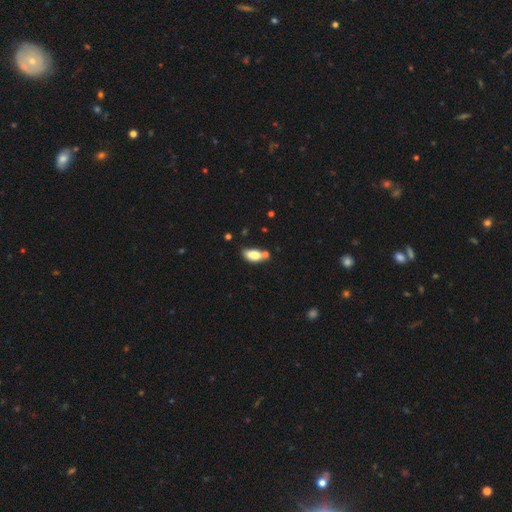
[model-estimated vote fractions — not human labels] Smooth or featured?
  - smooth: 82% *
  - featured or disk: 10%
  - star or artifact: 9%
How rounded?
  - in between: 89% *
  - cigar-shaped: 6%
  - round: 4%
Merging?
  - none: 51% *
  - merger: 24%
  - minor disturbance: 19%
  - major disturbance: 6%